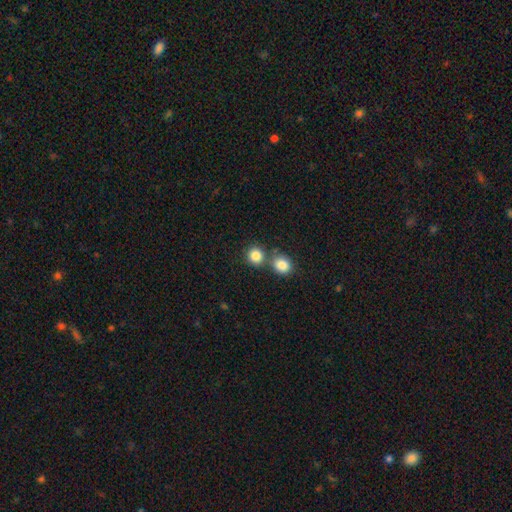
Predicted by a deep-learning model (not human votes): This is clearly a smooth galaxy (85%). How rounded: clearly round (87%). Merging: likely none (60%).